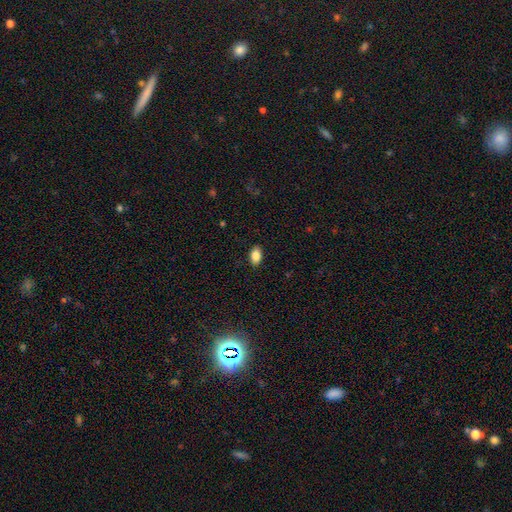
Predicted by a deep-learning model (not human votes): This is clearly a smooth galaxy (86%). How rounded: clearly in between (90%). Merging: clearly none (88%).